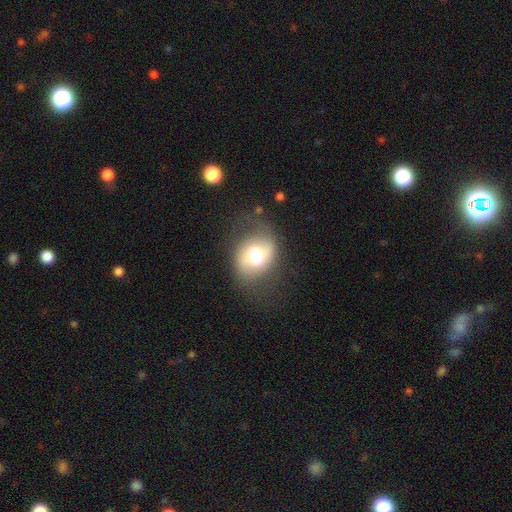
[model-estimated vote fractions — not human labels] A smooth galaxy with no disk features (52%) that is in between round and cigar-shaped (50%).

Vote fractions:
- Smooth or featured? smooth: 52% / featured or disk: 39% / star or artifact: 9%
- How rounded? in between: 50% / round: 49% / cigar-shaped: 1%
- Merging? none: 61% / minor disturbance: 22% / major disturbance: 15% / merger: 2%